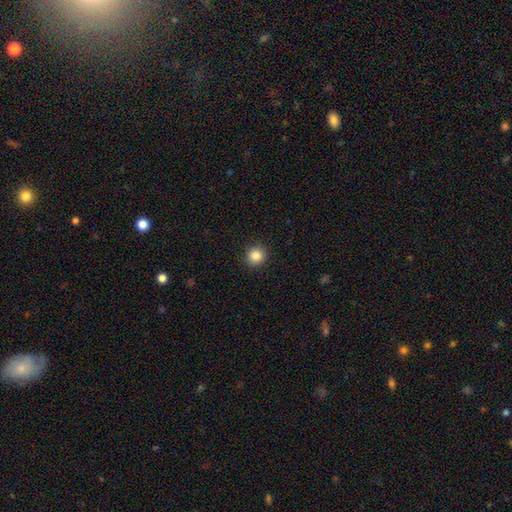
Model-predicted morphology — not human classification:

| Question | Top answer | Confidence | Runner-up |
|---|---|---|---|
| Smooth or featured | smooth | 85% | star or artifact (10%) |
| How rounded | round | 93% | in between (6%) |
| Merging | none | 92% | minor disturbance (5%) |